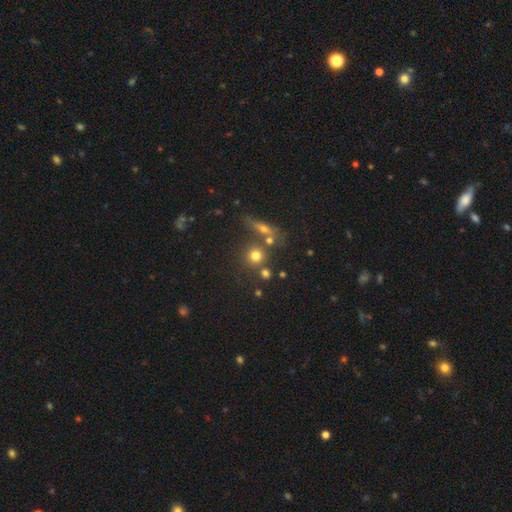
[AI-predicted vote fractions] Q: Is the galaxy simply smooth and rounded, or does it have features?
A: smooth — 71%.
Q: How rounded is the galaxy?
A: round — 88%.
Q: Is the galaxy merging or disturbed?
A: none — 68%.